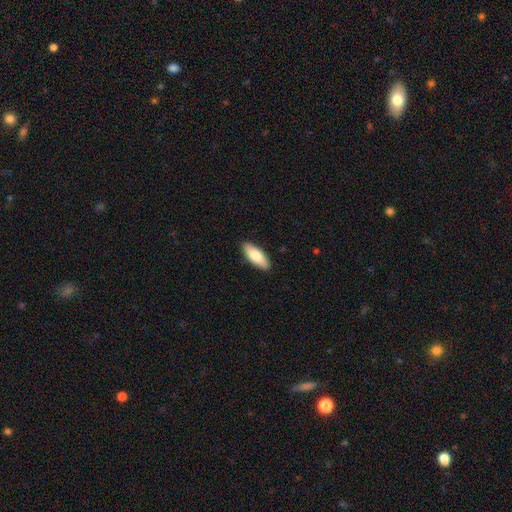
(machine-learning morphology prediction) smooth_or_featured: smooth (p=0.80) [alt: featured or disk p=0.14]
how_rounded: in between (p=0.74) [alt: cigar-shaped p=0.24]
merging: none (p=0.89) [alt: minor disturbance p=0.08]